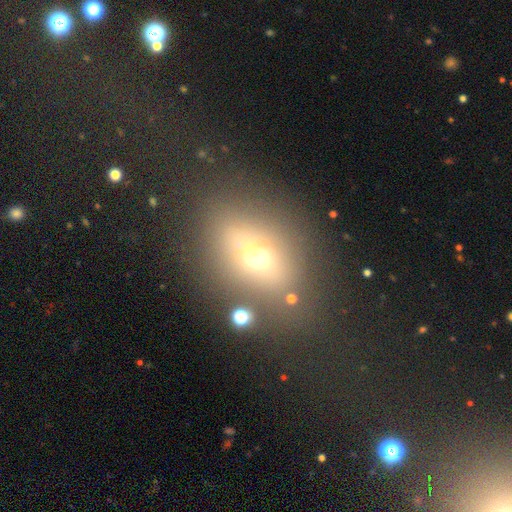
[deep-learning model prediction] Smooth or featured? smooth (53%)
How rounded? in between (59%)
Merging? none (68%)